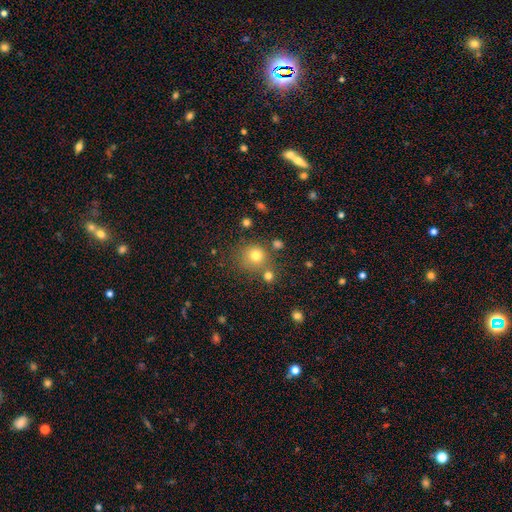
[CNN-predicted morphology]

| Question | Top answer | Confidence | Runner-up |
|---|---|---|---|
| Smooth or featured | smooth | 76% | star or artifact (16%) |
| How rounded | round | 89% | in between (10%) |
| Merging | none | 69% | merger (15%) |